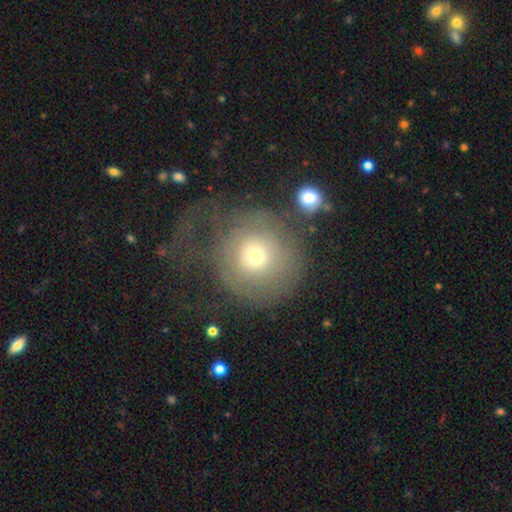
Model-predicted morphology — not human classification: Smooth or featured?
  - smooth: 55% *
  - featured or disk: 33%
  - star or artifact: 11%
How rounded?
  - round: 91% *
  - in between: 8%
  - cigar-shaped: 1%
Merging?
  - major disturbance: 38% *
  - none: 37%
  - minor disturbance: 16%
  - merger: 8%